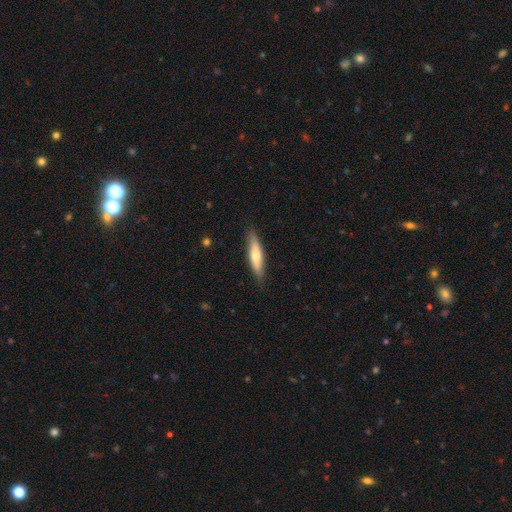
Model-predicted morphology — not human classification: A smooth galaxy with no disk features (60%) that is cigar-shaped (76%).

Vote fractions:
- Smooth or featured? smooth: 60% / featured or disk: 35% / star or artifact: 5%
- How rounded? cigar-shaped: 76% / in between: 22% / round: 2%
- Merging? none: 85% / minor disturbance: 11% / major disturbance: 2% / merger: 1%